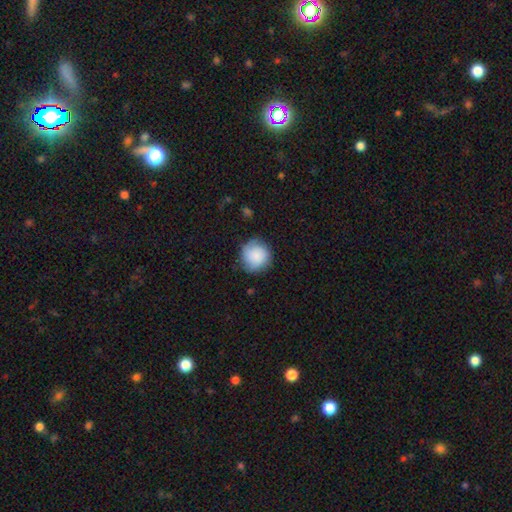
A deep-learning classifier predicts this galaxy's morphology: A smooth galaxy with no disk features (79%) that is round (91%). Merging: none (76%).